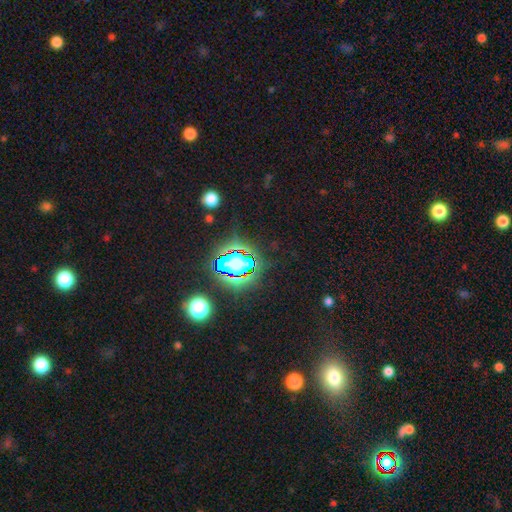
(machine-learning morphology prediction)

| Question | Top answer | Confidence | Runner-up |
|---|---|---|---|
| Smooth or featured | star or artifact | 80% | smooth (13%) |